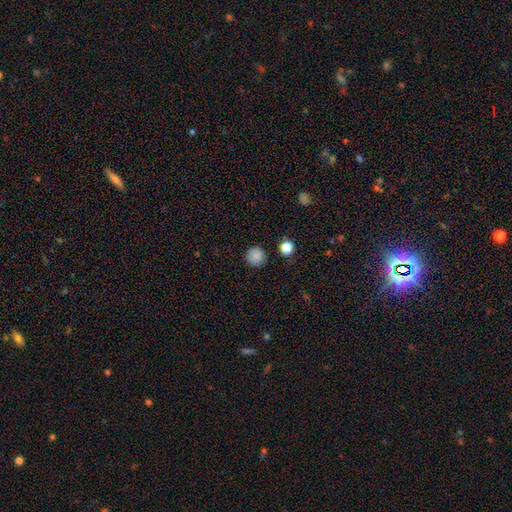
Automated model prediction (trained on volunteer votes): A smooth galaxy with no disk features (85%) that is round (95%). Merging: none (90%).